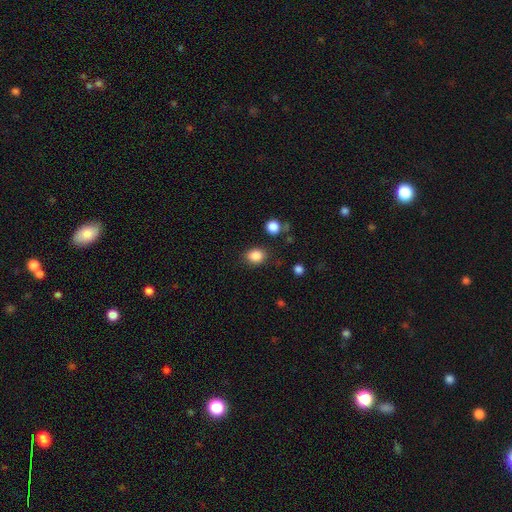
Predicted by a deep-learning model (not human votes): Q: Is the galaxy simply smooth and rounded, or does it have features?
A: smooth — 86%.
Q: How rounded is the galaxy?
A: round — 54%.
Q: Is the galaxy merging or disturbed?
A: none — 83%.